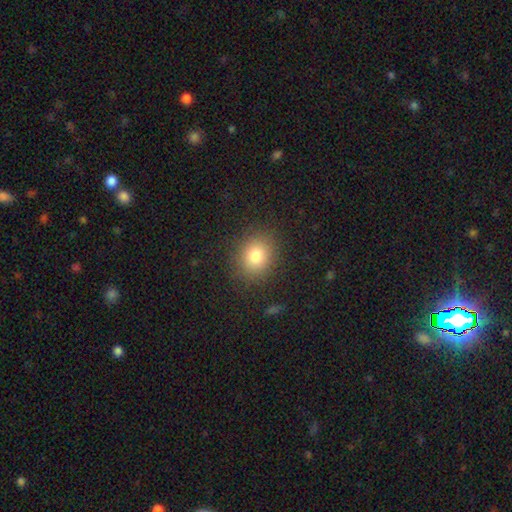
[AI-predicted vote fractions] Q: Smooth or featured?
A: smooth (80%); runner-up: star or artifact (12%)
Q: How rounded?
A: round (67%); runner-up: in between (32%)
Q: Merging?
A: none (87%); runner-up: minor disturbance (9%)